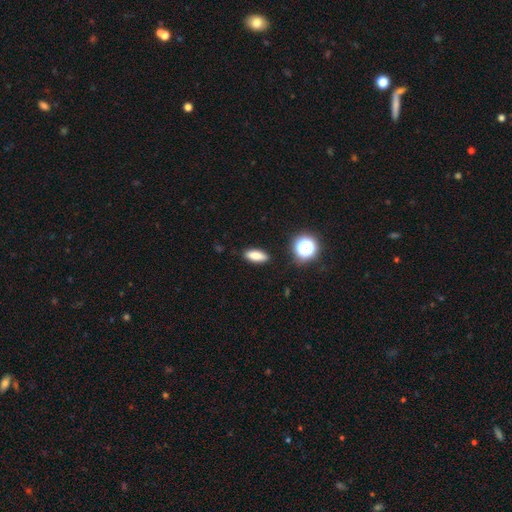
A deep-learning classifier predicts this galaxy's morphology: type=smooth (82%); roundness=in between (71%); merging=none (88%).